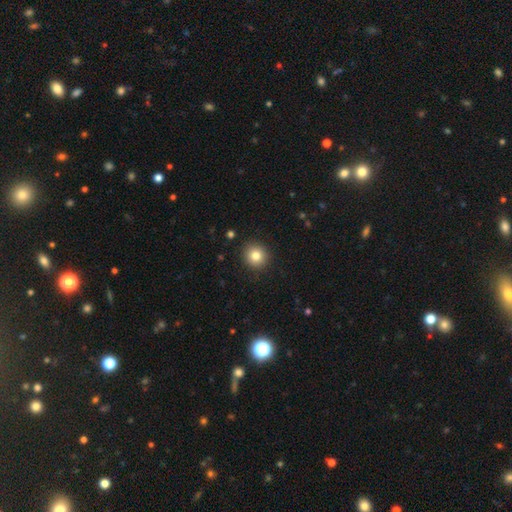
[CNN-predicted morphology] This appears to be a smooth galaxy with no disk features (82%) that is round (91%). Merging: none (91%).